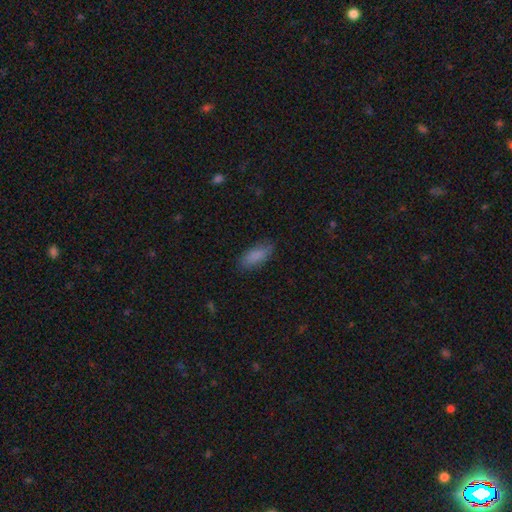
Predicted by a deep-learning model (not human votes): smooth 87%, star or artifact 7%, featured or disk 6%. Down the decision tree: how rounded — in between (81%); merging — none (82%).